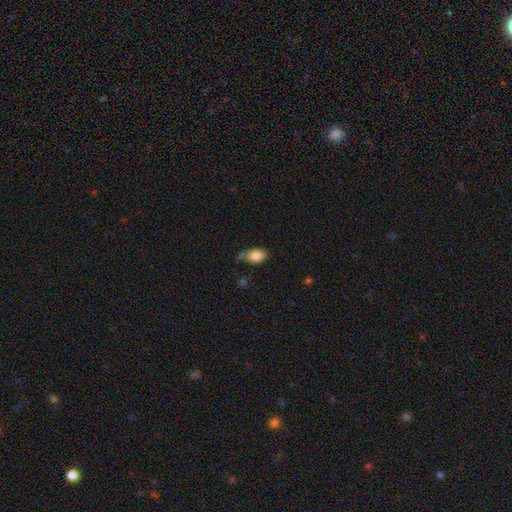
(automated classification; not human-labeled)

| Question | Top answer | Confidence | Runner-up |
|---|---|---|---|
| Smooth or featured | smooth | 85% | star or artifact (8%) |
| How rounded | in between | 84% | round (14%) |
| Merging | none | 60% | minor disturbance (23%) |